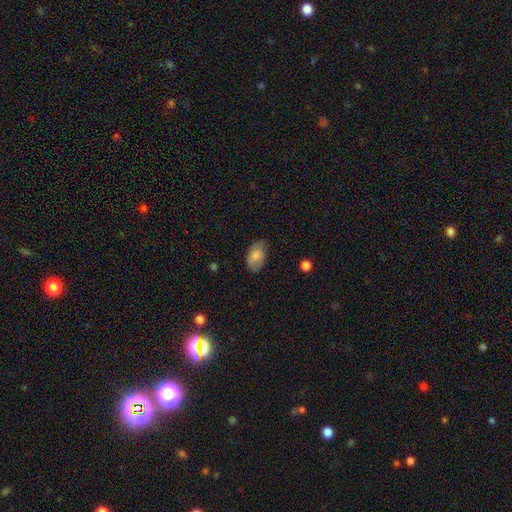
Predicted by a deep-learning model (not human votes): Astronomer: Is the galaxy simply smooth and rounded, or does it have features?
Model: smooth — 78%.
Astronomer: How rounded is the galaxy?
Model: in between — 93%.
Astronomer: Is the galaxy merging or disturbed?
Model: none — 74%.